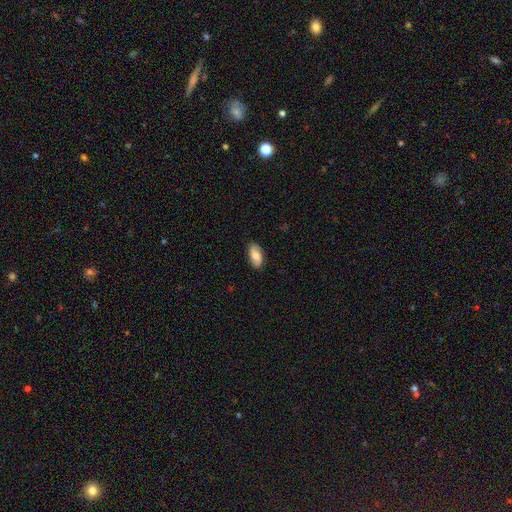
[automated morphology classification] Smooth or featured? smooth (74%)
How rounded? in between (92%)
Merging? none (86%)